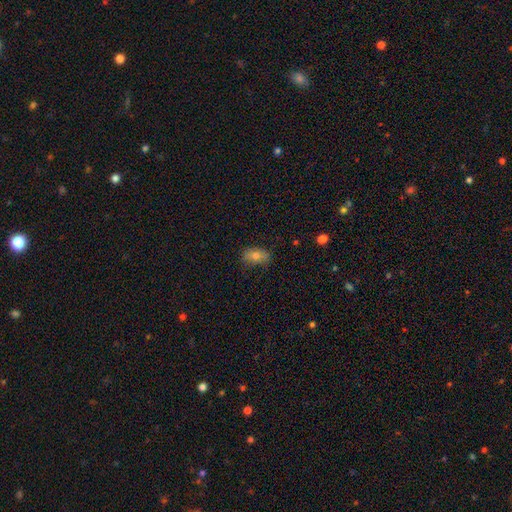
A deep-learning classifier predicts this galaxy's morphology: Smooth or featured? Predicted: smooth (p=0.75). How rounded? Predicted: in between (p=0.85). Merging? Predicted: none (p=0.68).